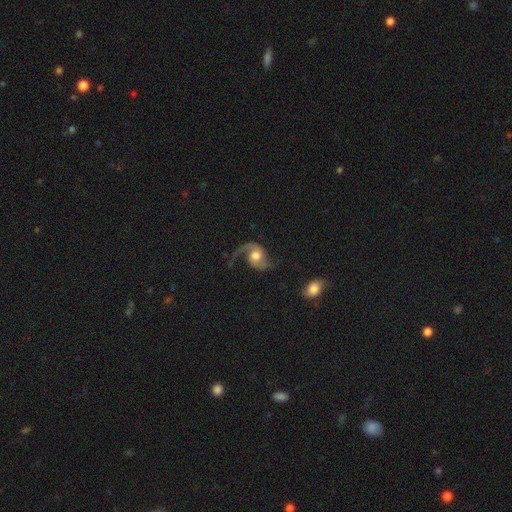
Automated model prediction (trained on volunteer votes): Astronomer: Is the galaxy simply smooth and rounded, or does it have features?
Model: featured or disk — 87%.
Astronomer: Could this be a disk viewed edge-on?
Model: no — 98%.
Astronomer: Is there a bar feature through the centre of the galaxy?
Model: no — 65%.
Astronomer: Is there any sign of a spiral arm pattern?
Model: yes — 97%.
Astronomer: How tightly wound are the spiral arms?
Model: loose — 59%.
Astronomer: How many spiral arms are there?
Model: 2 — 87%.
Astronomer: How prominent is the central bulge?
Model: moderate — 61%.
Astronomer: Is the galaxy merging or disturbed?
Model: none — 65%.